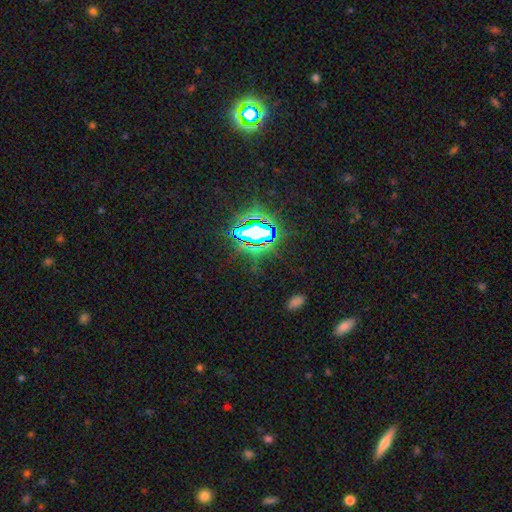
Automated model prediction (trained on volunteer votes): smooth_or_featured: star or artifact (p=0.81) [alt: smooth p=0.11]